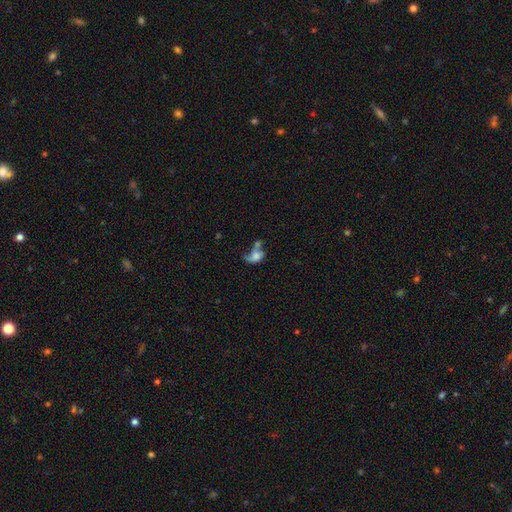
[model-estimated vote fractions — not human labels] smooth 55%, featured or disk 33%, star or artifact 12%. Down the decision tree: how rounded — in between (73%); merging — merger (37%).